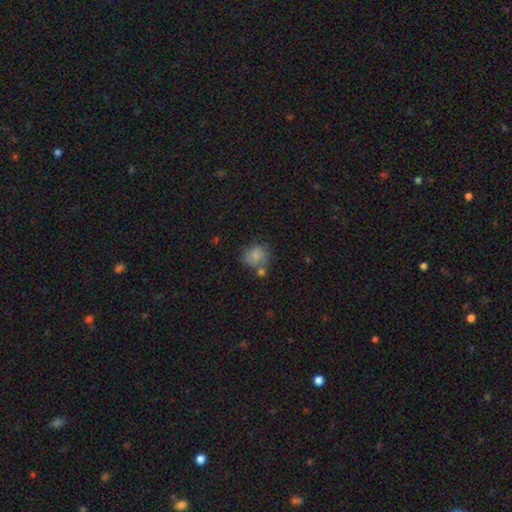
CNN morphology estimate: type=smooth (76%); roundness=round (65%); merging=none (48%).